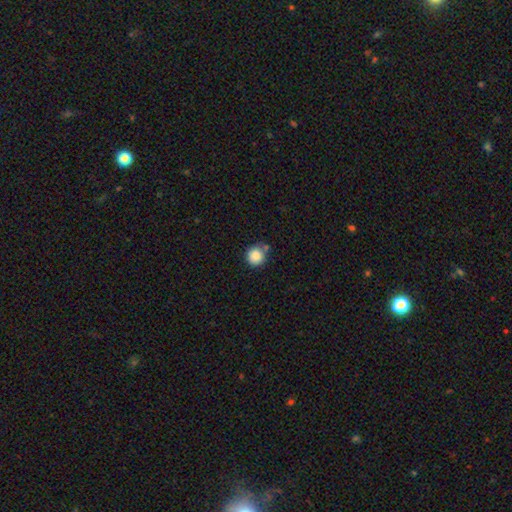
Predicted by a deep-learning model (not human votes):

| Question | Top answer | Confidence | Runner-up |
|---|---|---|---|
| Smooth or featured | smooth | 86% | star or artifact (9%) |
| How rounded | round | 90% | in between (9%) |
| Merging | none | 67% | minor disturbance (18%) |